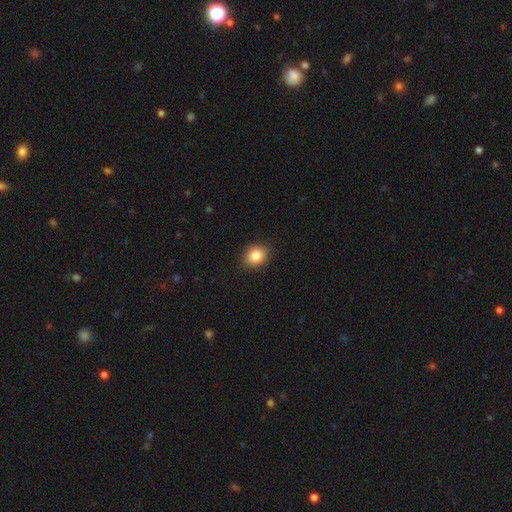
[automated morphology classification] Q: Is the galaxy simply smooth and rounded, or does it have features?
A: smooth — 85%.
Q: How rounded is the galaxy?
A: round — 54%.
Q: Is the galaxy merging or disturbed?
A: none — 87%.